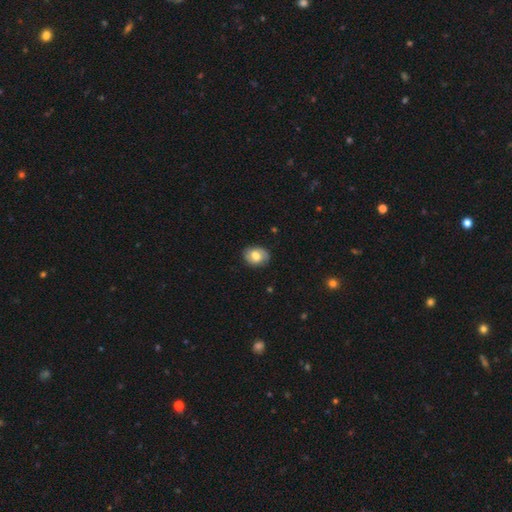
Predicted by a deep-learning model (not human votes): A smooth galaxy with no disk features (64%) that is in between round and cigar-shaped (61%).

Vote fractions:
- Smooth or featured? smooth: 64% / featured or disk: 28% / star or artifact: 8%
- How rounded? in between: 61% / round: 38% / cigar-shaped: 1%
- Merging? none: 82% / minor disturbance: 14% / major disturbance: 3% / merger: 1%